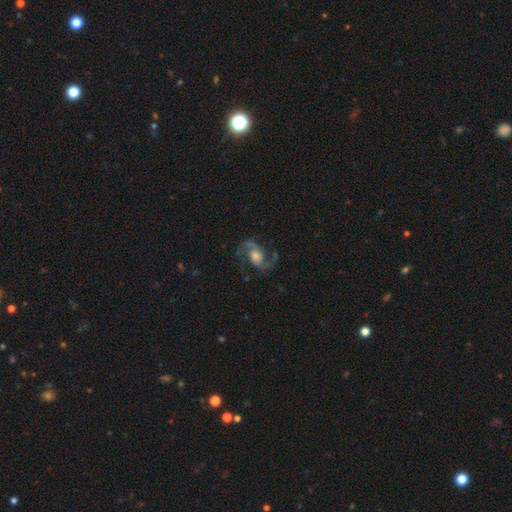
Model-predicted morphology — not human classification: Smooth or featured? Predicted: featured or disk (p=0.90). Edge-on disk? Predicted: no (p=0.98). Bar? Predicted: no (p=0.59). Spiral arms? Predicted: yes (p=0.98). Spiral winding? Predicted: medium (p=0.52). Spiral arm count? Predicted: 2 (p=0.94). Bulge size? Predicted: moderate (p=0.50). Merging? Predicted: none (p=0.78).